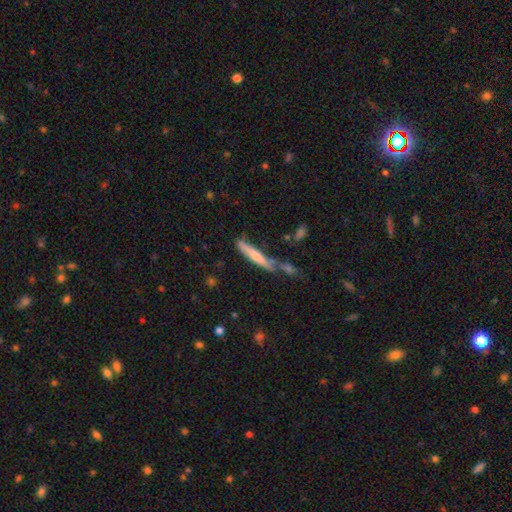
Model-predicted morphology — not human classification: The model was most divided on "smooth or featured": smooth: 61%, featured or disk: 33%, star or artifact: 6%. More confident: how rounded — cigar-shaped (91%); merging — none (56%).